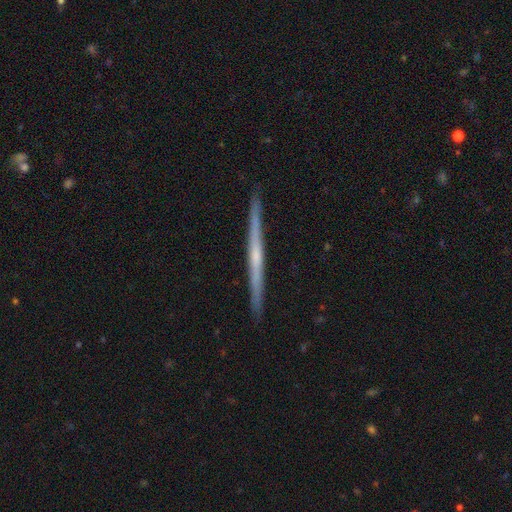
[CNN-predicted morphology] smooth_or_featured: featured or disk (p=0.68) [alt: smooth p=0.26]
disk_edge_on: yes (p=0.98) [alt: no p=0.02]
edge_on_bulge: none (p=0.66) [alt: rounded p=0.27]
merging: none (p=0.92) [alt: minor disturbance p=0.05]